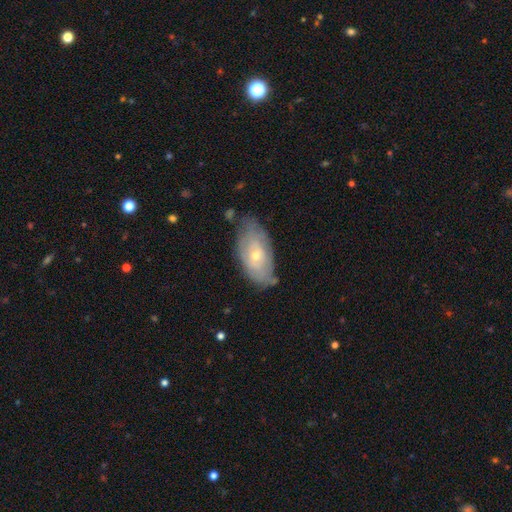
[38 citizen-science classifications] Smooth or featured? featured or disk (71%)
Edge-on disk? no (96%)
Bar? no (81%)
Spiral arms? yes (69%)
Spiral winding? tight (94%)
Spiral arm count? can't tell (61%)
Bulge size? small (62%)
Merging? none (74%)